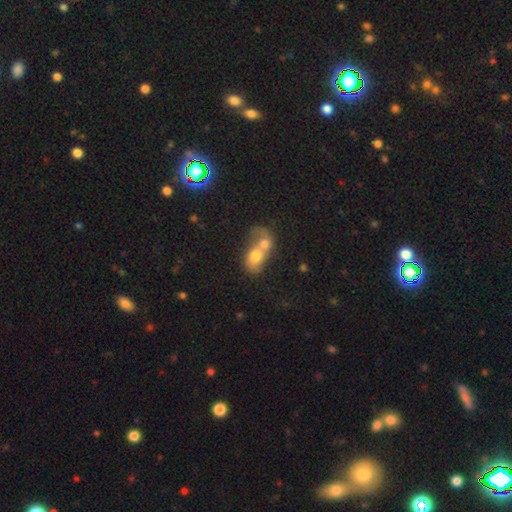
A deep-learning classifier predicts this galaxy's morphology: smooth 63%, featured or disk 28%, star or artifact 9%. Down the decision tree: how rounded — in between (65%); merging — merger (82%).